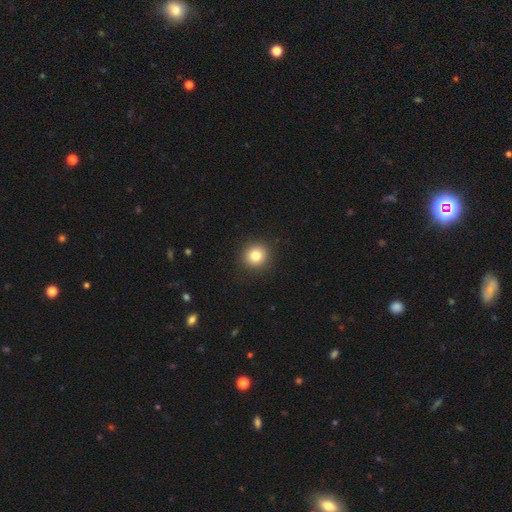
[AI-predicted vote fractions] Smooth or featured? smooth (82%)
How rounded? round (92%)
Merging? none (91%)